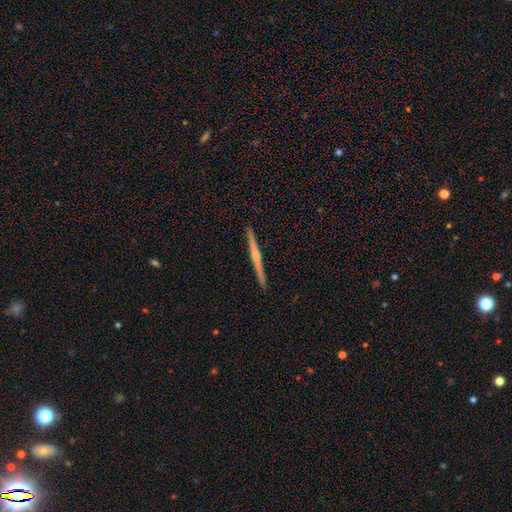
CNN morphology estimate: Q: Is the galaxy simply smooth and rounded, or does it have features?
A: featured or disk — 69%.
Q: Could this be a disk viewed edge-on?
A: yes — 98%.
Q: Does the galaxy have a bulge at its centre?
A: rounded — 63%.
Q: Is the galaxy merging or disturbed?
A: none — 93%.